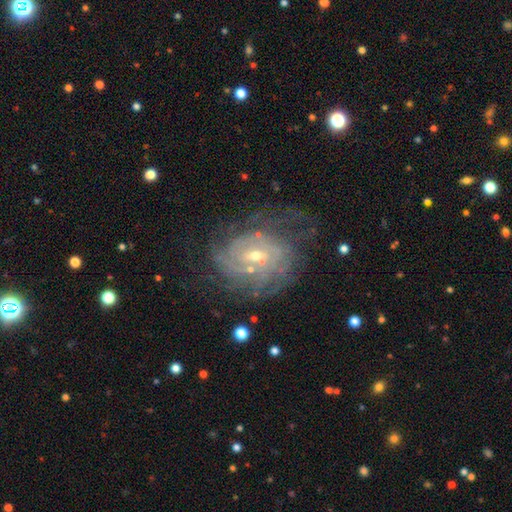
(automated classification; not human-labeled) The model was most divided on "bar": weak: 47%, no: 41%, strong: 13%. Remaining: edge-on disk — no (97%); spiral arms — yes (92%); smooth or featured — featured or disk (84%); spiral winding — tight (71%); bulge size — small (66%); merging — none (62%); spiral arm count — can't tell (48%).